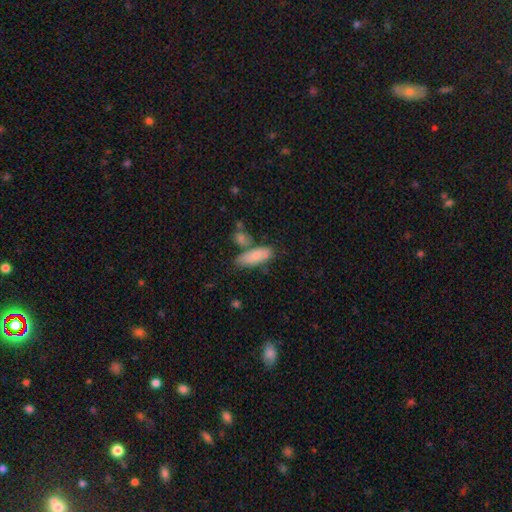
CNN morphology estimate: type=smooth (78%); roundness=in between (73%); merging=none (59%).